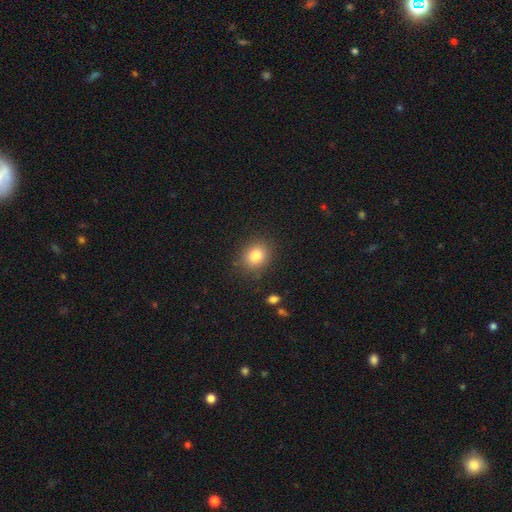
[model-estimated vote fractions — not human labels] A smooth galaxy with no disk features (83%) that is round (67%). Merging: none (85%).